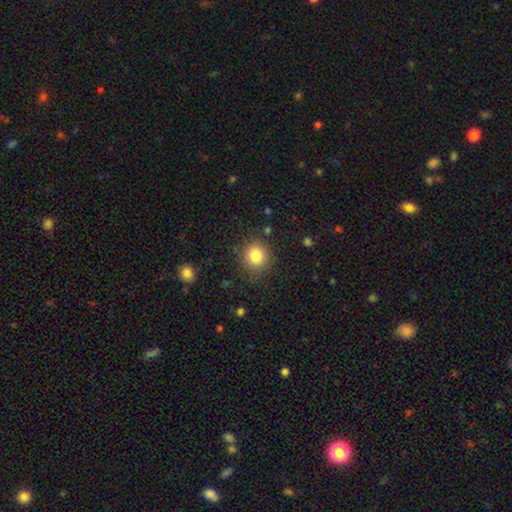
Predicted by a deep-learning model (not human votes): A smooth galaxy with no disk features (82%) that is round (87%). Merging: none (85%).